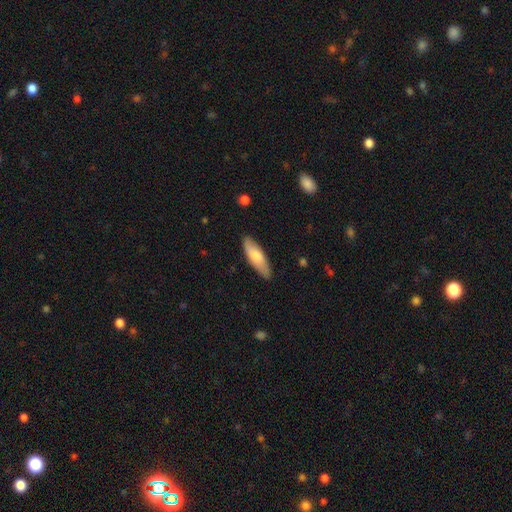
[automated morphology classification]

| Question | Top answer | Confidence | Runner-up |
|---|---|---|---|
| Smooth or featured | smooth | 72% | featured or disk (23%) |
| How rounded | in between | 54% | cigar-shaped (44%) |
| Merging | none | 85% | minor disturbance (12%) |